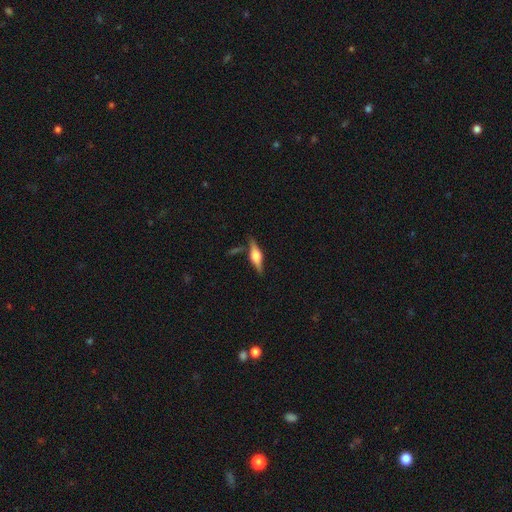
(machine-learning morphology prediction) This appears to be a featured or disk galaxy (69%) viewed edge-on (96%) with a rounded central bulge (86%). Merging: none (76%).